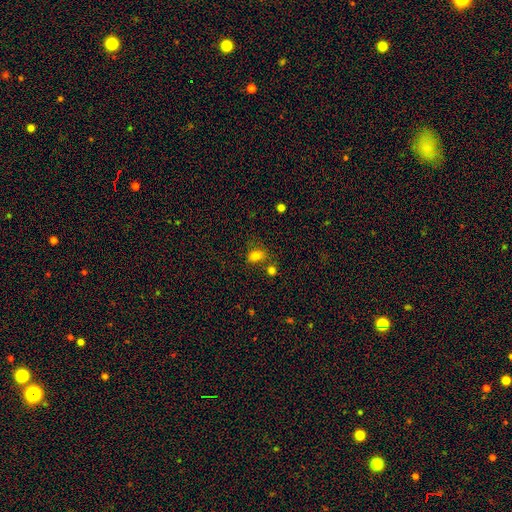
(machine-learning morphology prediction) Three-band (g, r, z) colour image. It shows a smooth galaxy with no disk features (80%) that is in between round and cigar-shaped (72%). Merging: none (61%).